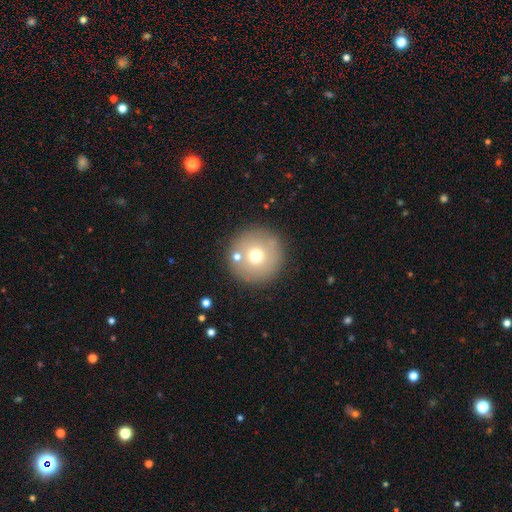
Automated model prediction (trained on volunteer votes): A smooth galaxy with no disk features (68%) that is round (96%).

Vote fractions:
- Smooth or featured? smooth: 68% / featured or disk: 19% / star or artifact: 13%
- How rounded? round: 96% / in between: 3% / cigar-shaped: 1%
- Merging? none: 84% / minor disturbance: 7% / merger: 6% / major disturbance: 3%